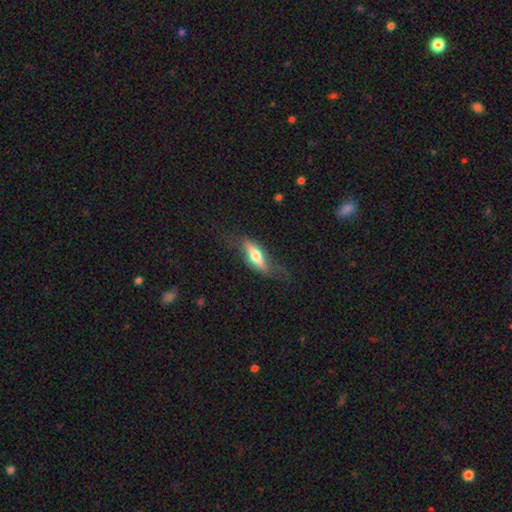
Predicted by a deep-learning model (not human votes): This is possibly a featured or disk galaxy (50%). Merging: possibly none (59%).